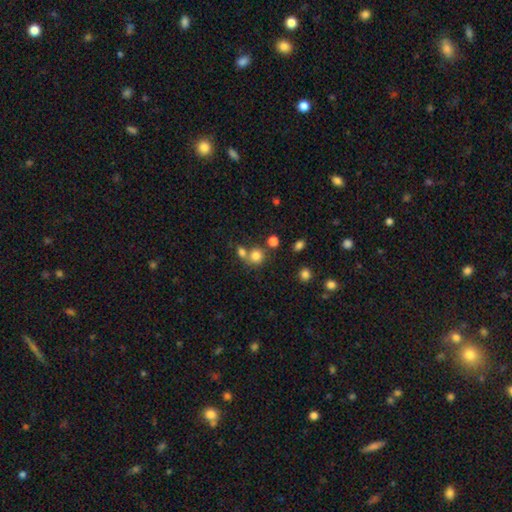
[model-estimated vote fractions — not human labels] Smooth or featured: smooth — 79% (star or artifact — 13%)
How rounded: round — 84% (in between — 15%)
Merging: none — 53% (merger — 35%)